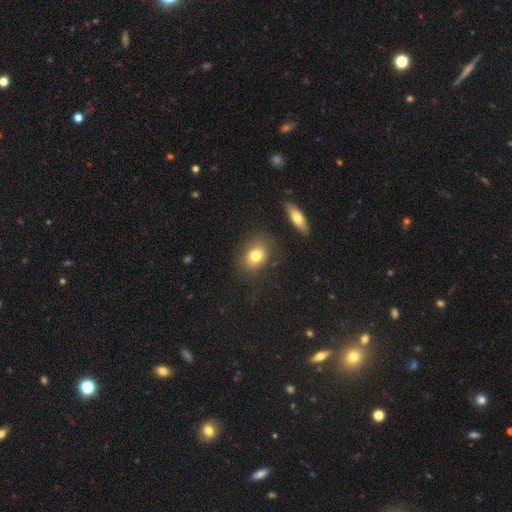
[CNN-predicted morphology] Smooth or featured: smooth — 78% (featured or disk — 12%)
How rounded: in between — 53% (round — 45%)
Merging: none — 79% (minor disturbance — 13%)